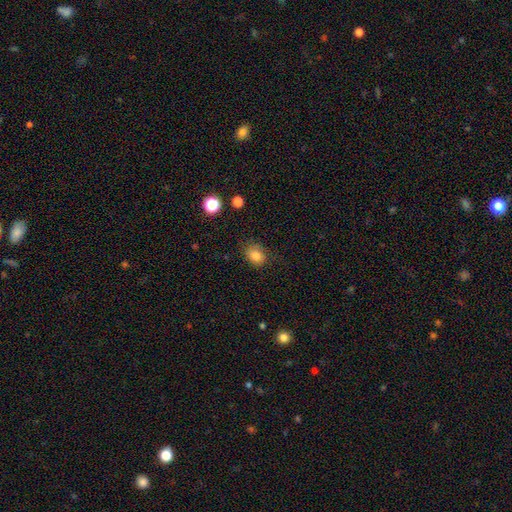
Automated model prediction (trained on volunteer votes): Smooth or featured? Predicted: smooth (p=0.81). How rounded? Predicted: round (p=0.50). Merging? Predicted: none (p=0.75).